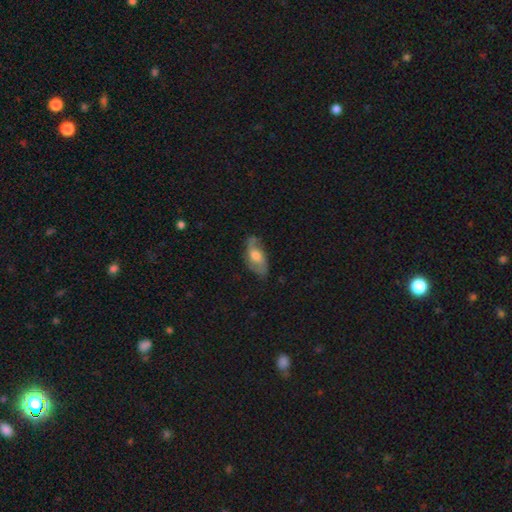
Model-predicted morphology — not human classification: smooth-or-featured: featured or disk: 48% | smooth: 45% | star or artifact: 7%
  merging: none: 62% | minor disturbance: 26% | major disturbance: 9% | merger: 2%